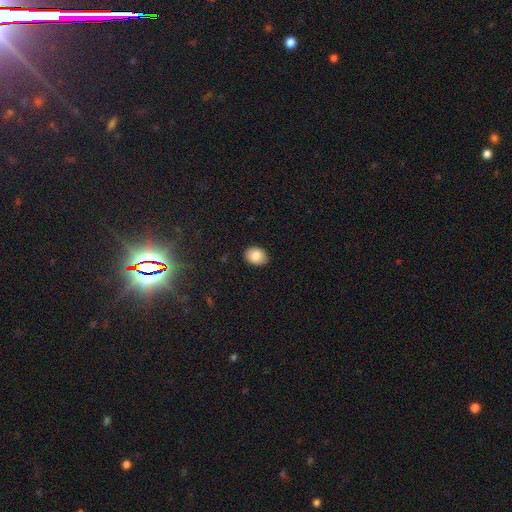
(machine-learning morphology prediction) Overall: smooth (85%). How rounded: in between (63%; round 36%). Merging: none (87%).